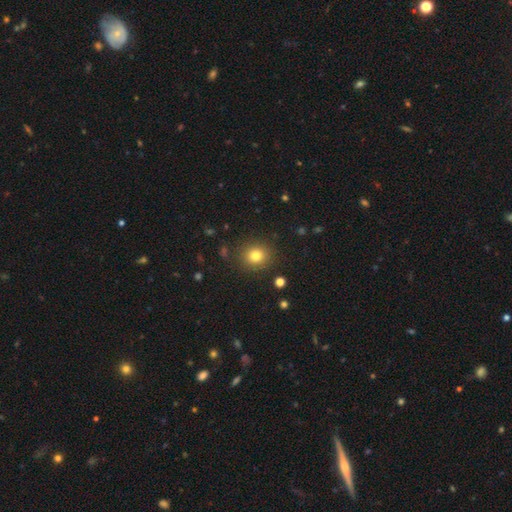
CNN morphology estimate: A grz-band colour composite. It shows a smooth galaxy with no disk features (79%) that is round (84%). Merging: none (88%).